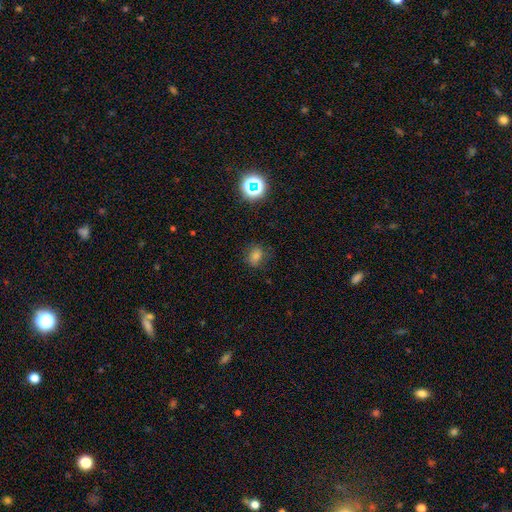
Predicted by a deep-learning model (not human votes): The model was most divided on "how rounded": round: 59%, in between: 40%, cigar-shaped: 1%. More confident: merging — none (74%); smooth or featured — smooth (68%).